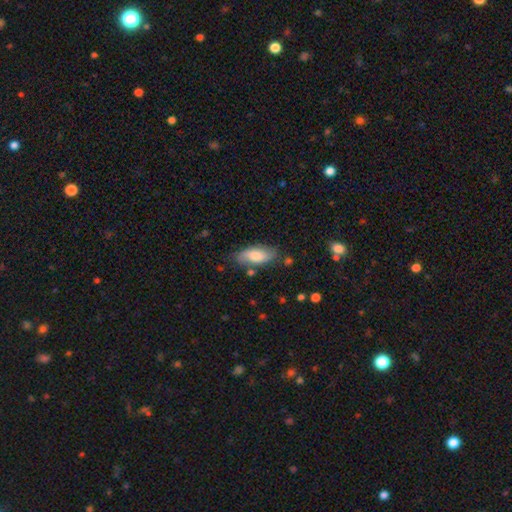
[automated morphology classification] Smooth or featured?
  - smooth: 70% *
  - featured or disk: 24%
  - star or artifact: 6%
How rounded?
  - in between: 84% *
  - cigar-shaped: 13%
  - round: 2%
Merging?
  - none: 75% *
  - minor disturbance: 18%
  - major disturbance: 4%
  - merger: 3%